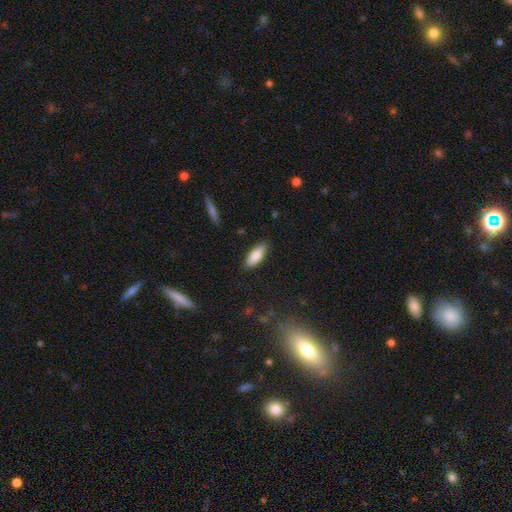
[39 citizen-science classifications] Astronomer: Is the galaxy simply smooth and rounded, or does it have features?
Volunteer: smooth — 85%.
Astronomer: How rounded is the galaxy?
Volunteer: in between — 82%.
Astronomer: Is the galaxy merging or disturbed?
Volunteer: none — 81%.